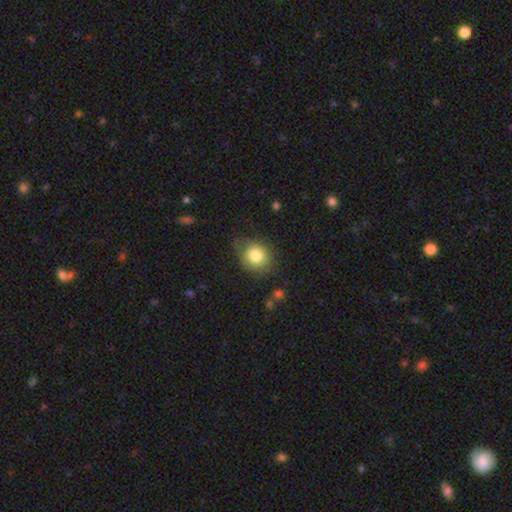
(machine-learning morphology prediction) Overall: smooth (81%). How rounded: round (70%). Merging: none (69%).